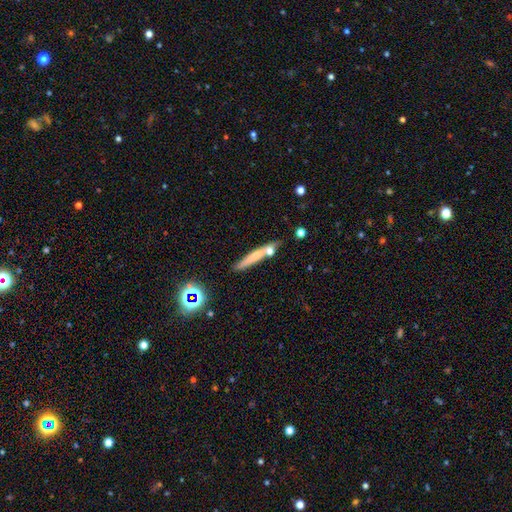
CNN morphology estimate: smooth_or_featured: smooth (p=0.58) [alt: featured or disk p=0.32]
how_rounded: cigar-shaped (p=0.91) [alt: in between p=0.07]
merging: none (p=0.65) [alt: merger p=0.17]